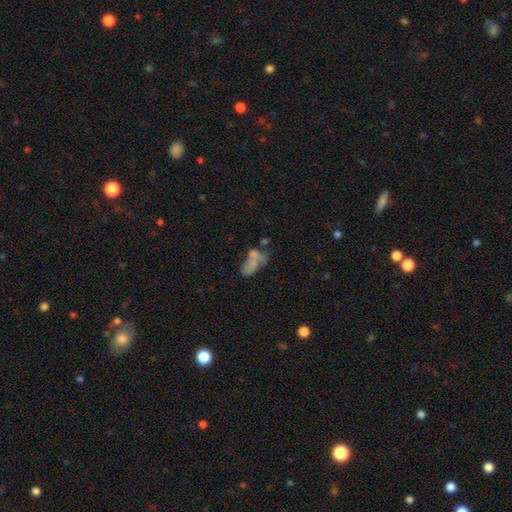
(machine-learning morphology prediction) Overall: smooth (47%; featured or disk 36%). Merging: merger (32%; none 28%).